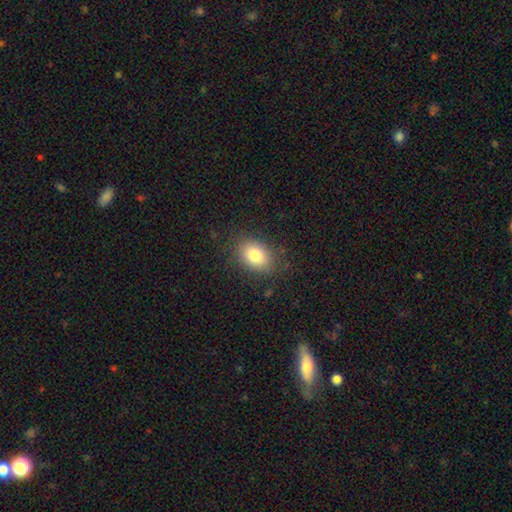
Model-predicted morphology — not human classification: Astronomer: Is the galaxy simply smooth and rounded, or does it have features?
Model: smooth — 81%.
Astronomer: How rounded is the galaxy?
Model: in between — 76%.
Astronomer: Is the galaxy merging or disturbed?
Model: none — 86%.